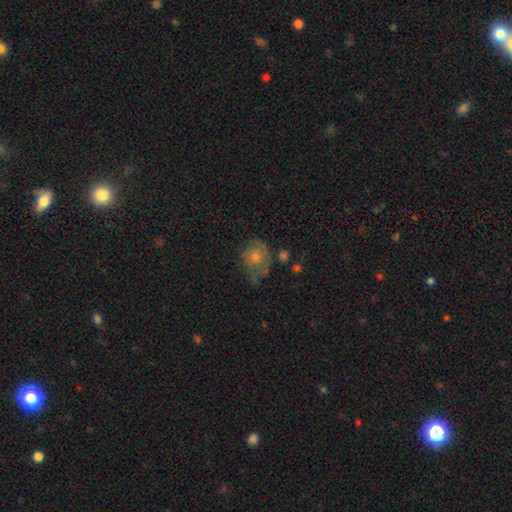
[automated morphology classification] A smooth galaxy with no disk features (42%, tied with featured or disk).

Vote fractions:
- Smooth or featured? smooth: 42% (tied) / featured or disk: 42% (tied) / star or artifact: 16%
- Merging? none: 53% / minor disturbance: 26% / major disturbance: 16% / merger: 5%